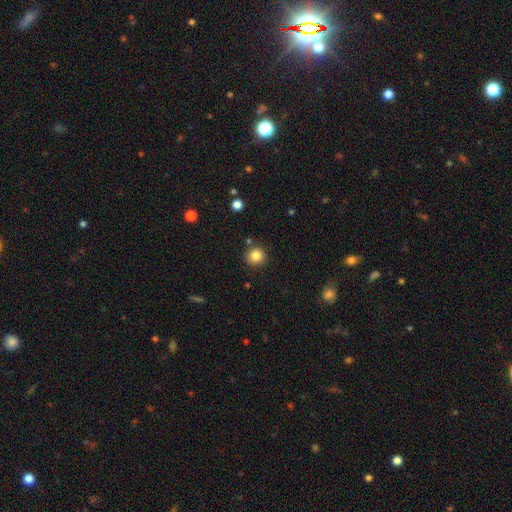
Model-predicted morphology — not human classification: smooth-or-featured: smooth: 83% | star or artifact: 11% | featured or disk: 6%
  how-rounded: round: 93% | in between: 6% | cigar-shaped: 1%
  merging: none: 87% | minor disturbance: 7% | merger: 4% | major disturbance: 2%